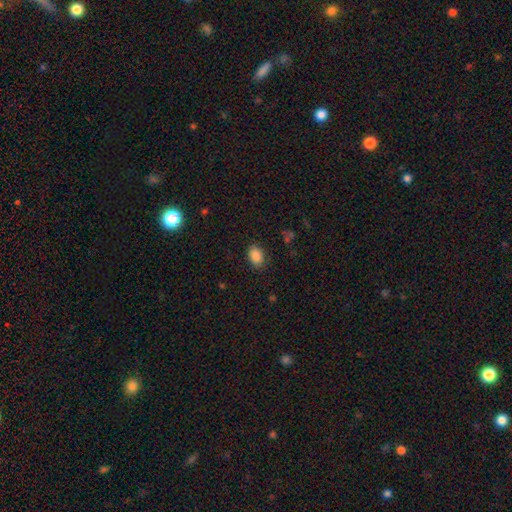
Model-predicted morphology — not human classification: Q: Smooth or featured?
A: smooth (87%); runner-up: star or artifact (9%)
Q: How rounded?
A: in between (82%); runner-up: round (17%)
Q: Merging?
A: none (84%); runner-up: minor disturbance (12%)